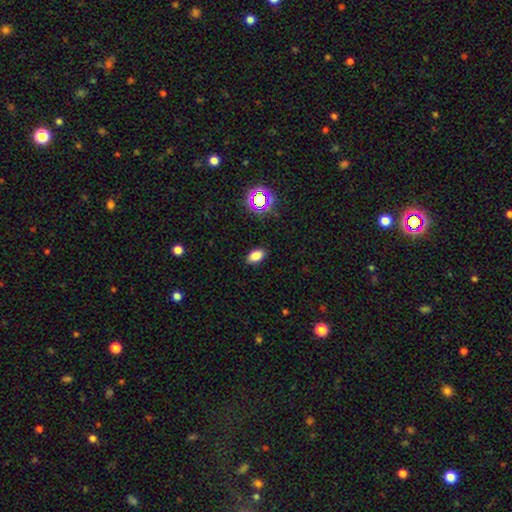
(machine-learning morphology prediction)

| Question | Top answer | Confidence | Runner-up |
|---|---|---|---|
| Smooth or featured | smooth | 80% | star or artifact (14%) |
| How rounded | in between | 90% | round (8%) |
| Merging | none | 88% | minor disturbance (9%) |